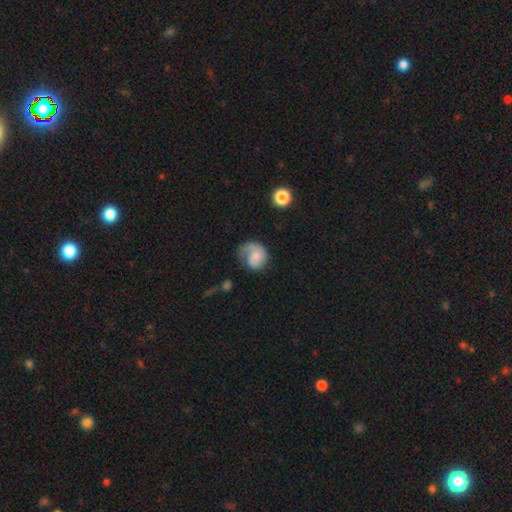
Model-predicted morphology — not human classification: Smooth or featured?
  - featured or disk: 54% *
  - smooth: 39%
  - star or artifact: 7%
Edge-on disk?
  - no: 98% *
  - yes: 2%
Bar?
  - no: 75% *
  - weak: 22%
  - strong: 3%
Spiral arms?
  - yes: 85% *
  - no: 15%
Bulge size?
  - small: 51% *
  - moderate: 29%
  - none: 14%
  - large: 5%
  - dominant: 2%
Merging?
  - none: 42% *
  - major disturbance: 32%
  - minor disturbance: 23%
  - merger: 3%